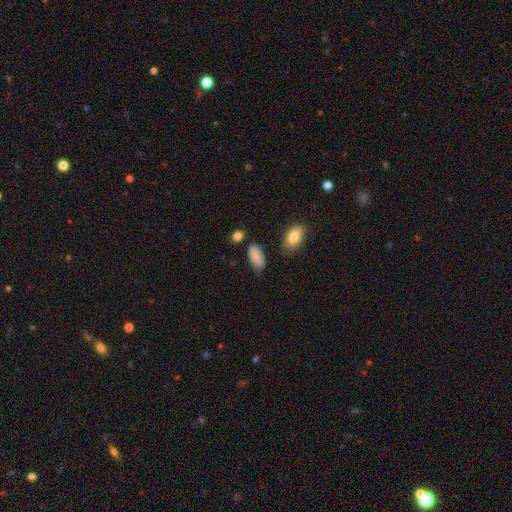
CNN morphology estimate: This appears to be a smooth galaxy with no disk features (84%) that is in between round and cigar-shaped (92%). Merging: none (60%).